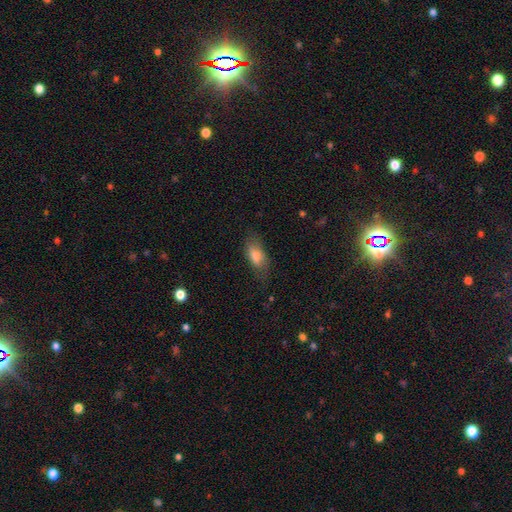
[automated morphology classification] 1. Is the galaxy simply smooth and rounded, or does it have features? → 76% smooth, 17% featured or disk, 7% star or artifact.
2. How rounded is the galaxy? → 84% in between, 12% cigar-shaped, 4% round.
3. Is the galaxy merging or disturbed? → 67% none, 23% minor disturbance, 9% major disturbance, 1% merger.